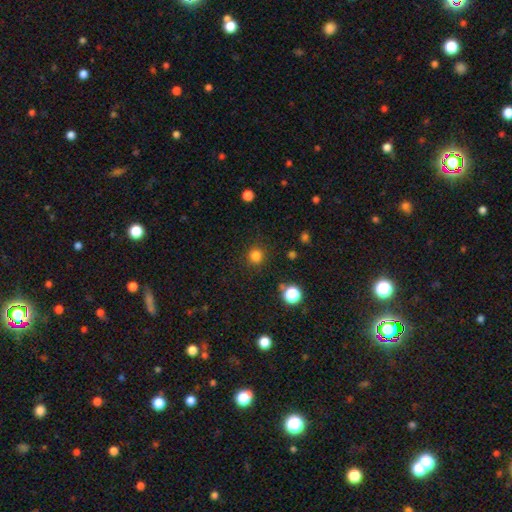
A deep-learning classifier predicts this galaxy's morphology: The model was most divided on "smooth or featured": smooth: 81%, star or artifact: 15%, featured or disk: 4%. More confident: how rounded — round (93%); merging — none (88%).